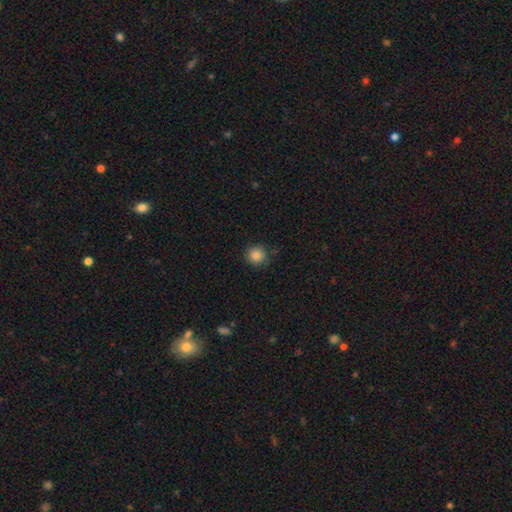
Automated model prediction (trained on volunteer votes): Morphology: type=smooth (86%); roundness=round (93%); merging=none (84%).